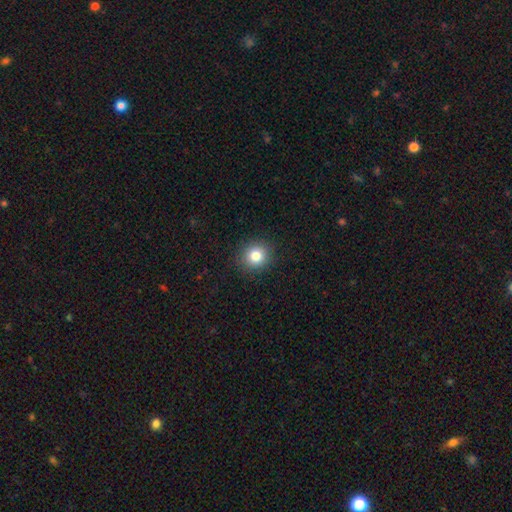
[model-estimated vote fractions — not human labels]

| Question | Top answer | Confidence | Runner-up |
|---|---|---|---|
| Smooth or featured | smooth | 83% | star or artifact (11%) |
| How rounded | round | 87% | in between (12%) |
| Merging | none | 91% | minor disturbance (6%) |